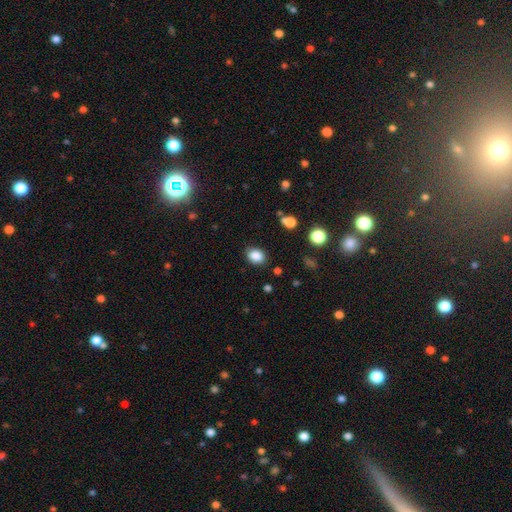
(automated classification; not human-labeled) Q: Smooth or featured?
A: smooth (86%); runner-up: star or artifact (10%)
Q: How rounded?
A: in between (61%); runner-up: round (38%)
Q: Merging?
A: none (85%); runner-up: minor disturbance (11%)